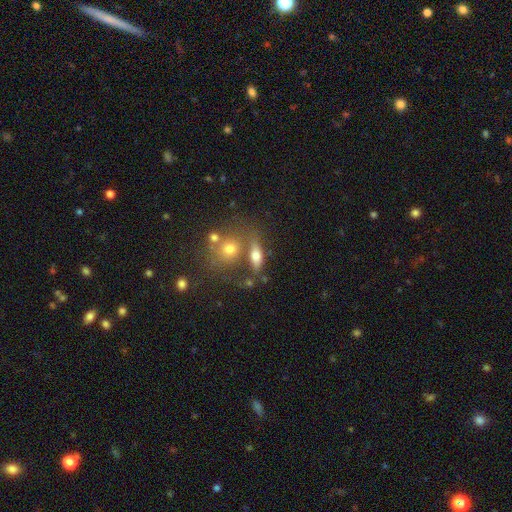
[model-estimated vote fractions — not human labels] smooth_or_featured: smooth (p=0.60) [alt: featured or disk p=0.29]
how_rounded: in between (p=0.60) [alt: cigar-shaped p=0.27]
merging: none (p=0.57) [alt: merger p=0.22]